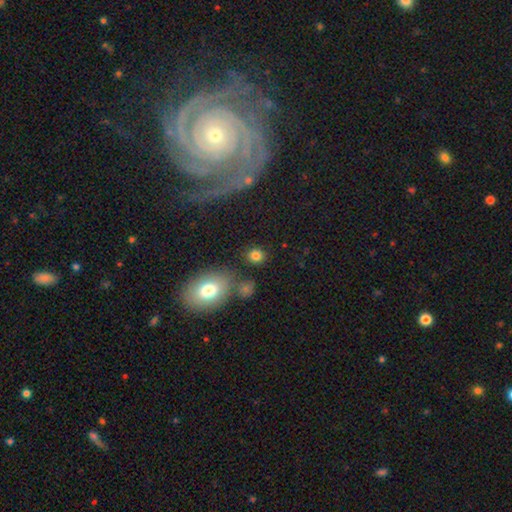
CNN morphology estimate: type=smooth (83%); roundness=round (80%); merging=none (82%).